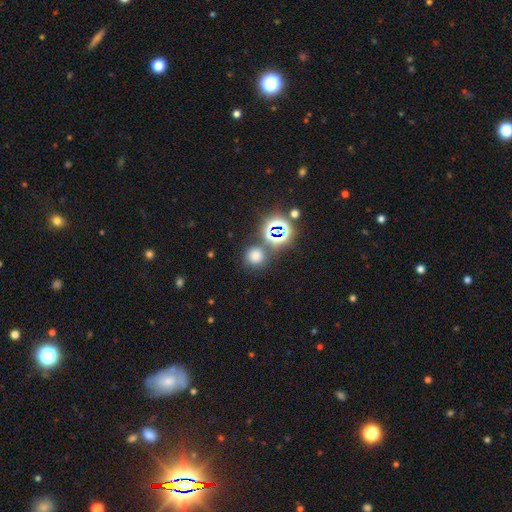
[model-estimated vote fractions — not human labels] This is likely a smooth galaxy (66%). How rounded: clearly round (91%). Merging: likely none (77%).